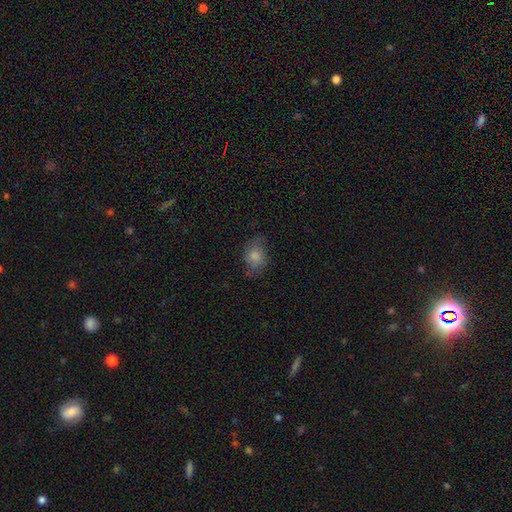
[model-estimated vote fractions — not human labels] Q: Smooth or featured?
A: smooth (67%); runner-up: featured or disk (21%)
Q: How rounded?
A: in between (66%); runner-up: round (33%)
Q: Merging?
A: none (66%); runner-up: minor disturbance (23%)